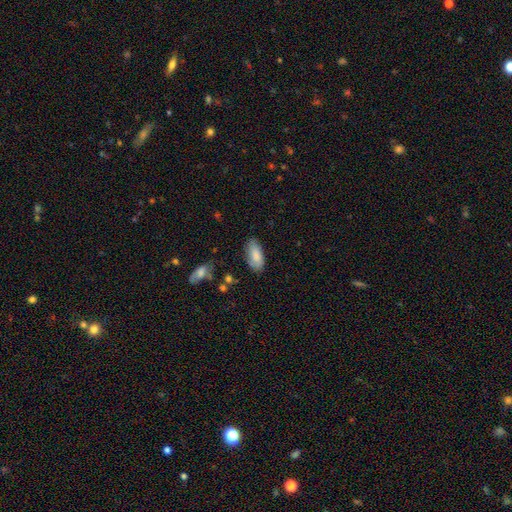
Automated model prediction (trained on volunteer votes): smooth 83%, featured or disk 11%, star or artifact 6%. Down the decision tree: how rounded — in between (89%); merging — none (79%).